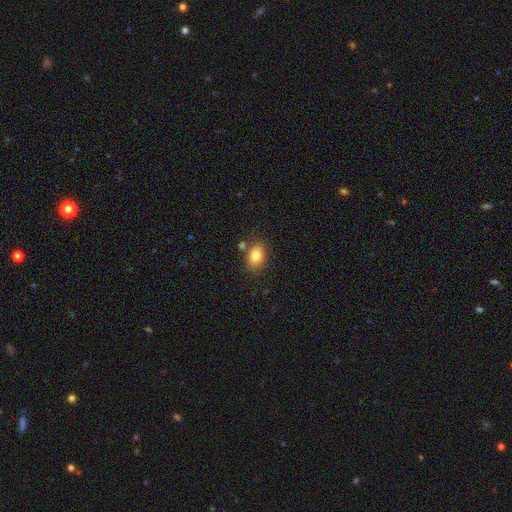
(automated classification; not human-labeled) smooth 82%, star or artifact 9%, featured or disk 8%. Down the decision tree: how rounded — in between (76%); merging — none (76%).